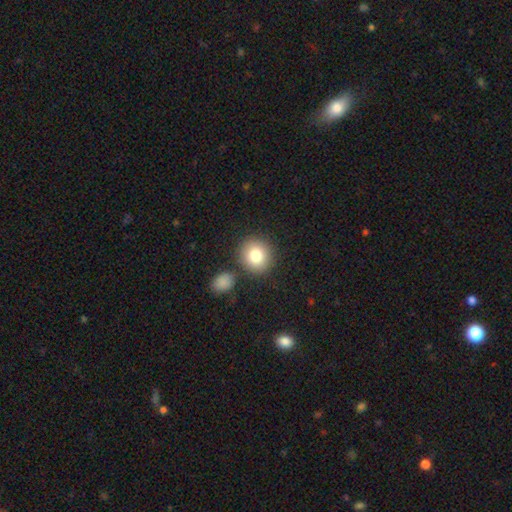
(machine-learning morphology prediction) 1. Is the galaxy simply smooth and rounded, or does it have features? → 82% smooth, 10% star or artifact, 9% featured or disk.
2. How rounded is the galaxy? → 87% round, 12% in between, 1% cigar-shaped.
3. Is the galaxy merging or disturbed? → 80% none, 9% merger, 8% minor disturbance, 3% major disturbance.